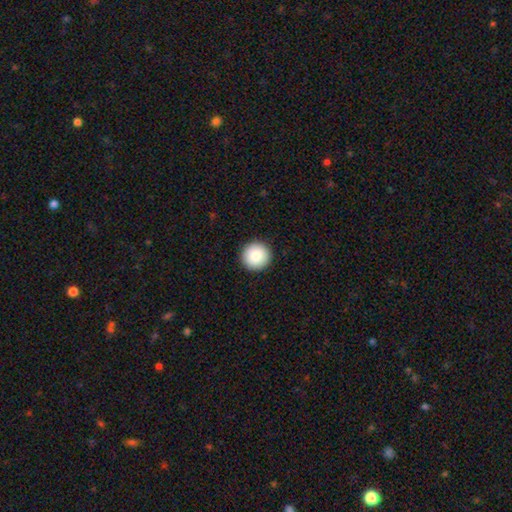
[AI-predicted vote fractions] Smooth or featured: smooth — 88% (star or artifact — 7%)
How rounded: round — 96% (in between — 3%)
Merging: none — 93% (minor disturbance — 4%)